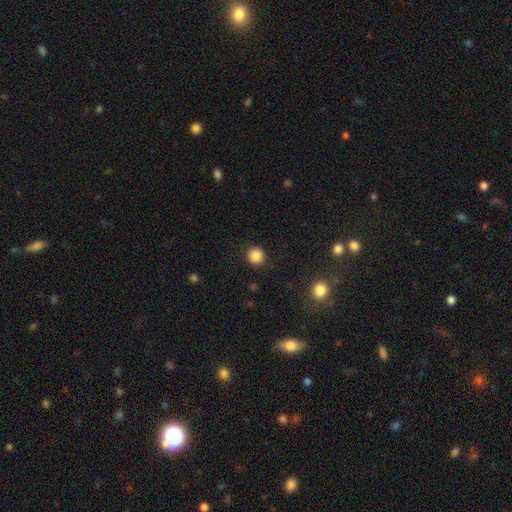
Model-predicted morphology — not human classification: A smooth galaxy with no disk features (85%) that is round (92%).

Vote fractions:
- Smooth or featured? smooth: 85% / star or artifact: 11% / featured or disk: 4%
- How rounded? round: 92% / in between: 7% / cigar-shaped: 1%
- Merging? none: 89% / minor disturbance: 7% / major disturbance: 3% / merger: 1%